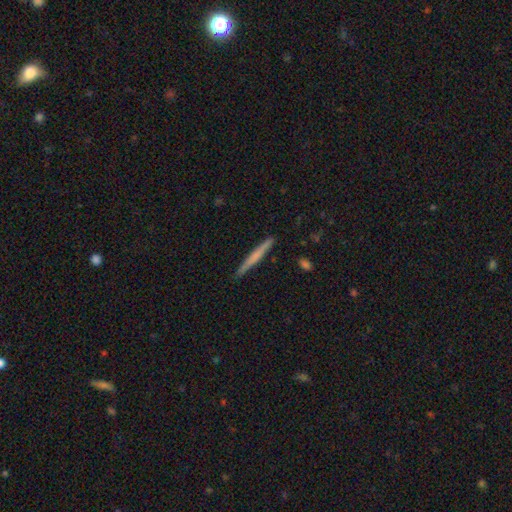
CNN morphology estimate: Q: Smooth or featured?
A: smooth (55%); runner-up: featured or disk (39%)
Q: How rounded?
A: cigar-shaped (96%); runner-up: in between (2%)
Q: Merging?
A: none (90%); runner-up: minor disturbance (7%)